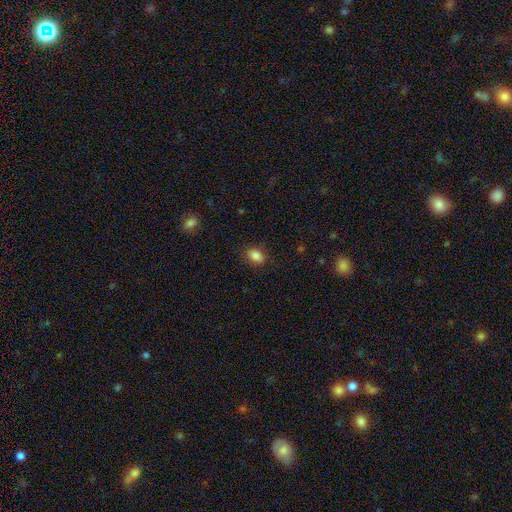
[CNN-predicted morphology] Smooth or featured? smooth (85%)
How rounded? in between (76%)
Merging? none (84%)